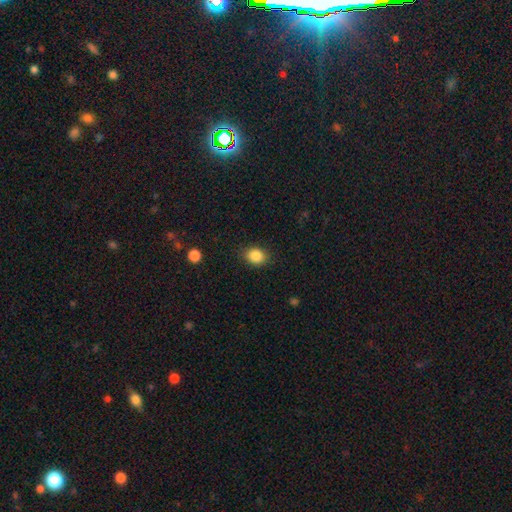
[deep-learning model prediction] Smooth or featured? smooth (87%)
How rounded? in between (54%)
Merging? none (84%)